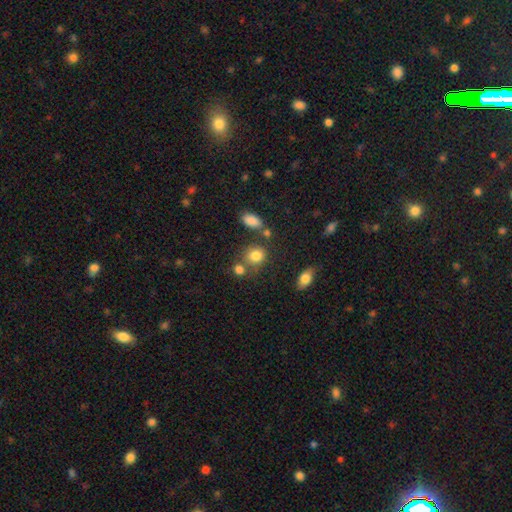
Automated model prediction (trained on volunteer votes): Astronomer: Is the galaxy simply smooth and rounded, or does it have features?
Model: smooth — 81%.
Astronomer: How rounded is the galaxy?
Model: round — 66%.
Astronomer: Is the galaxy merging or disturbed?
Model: none — 62%.